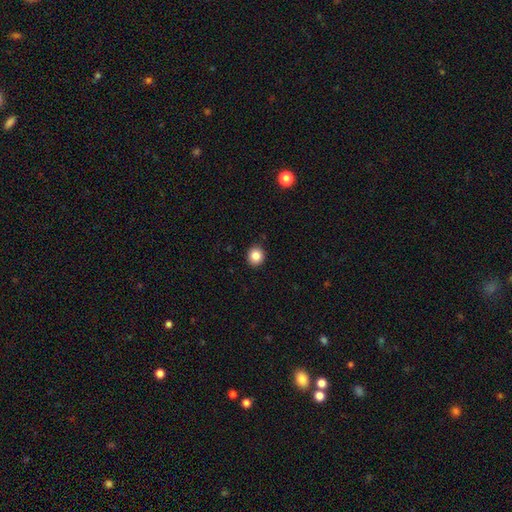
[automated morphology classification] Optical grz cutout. It shows a smooth galaxy with no disk features (85%) that is round (87%). Merging: none (92%).